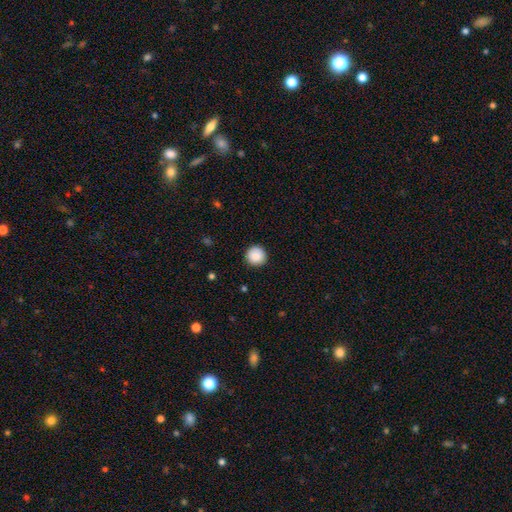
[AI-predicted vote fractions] Smooth or featured: smooth — 89% (star or artifact — 8%)
How rounded: round — 96% (in between — 3%)
Merging: none — 92% (minor disturbance — 6%)